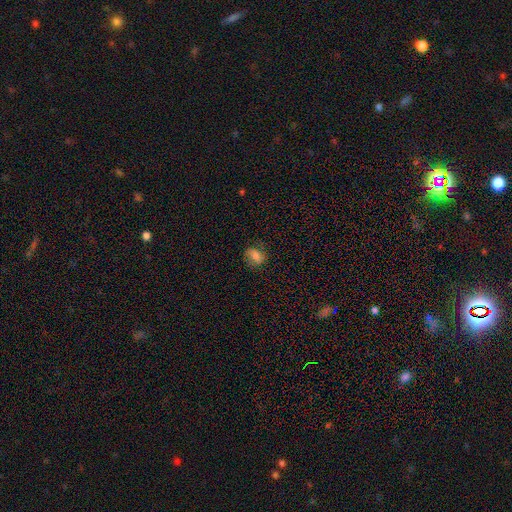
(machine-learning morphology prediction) Smooth or featured?
  - smooth: 67% *
  - featured or disk: 22%
  - star or artifact: 11%
How rounded?
  - in between: 58% *
  - round: 40%
  - cigar-shaped: 2%
Merging?
  - none: 75% *
  - minor disturbance: 18%
  - major disturbance: 6%
  - merger: 1%